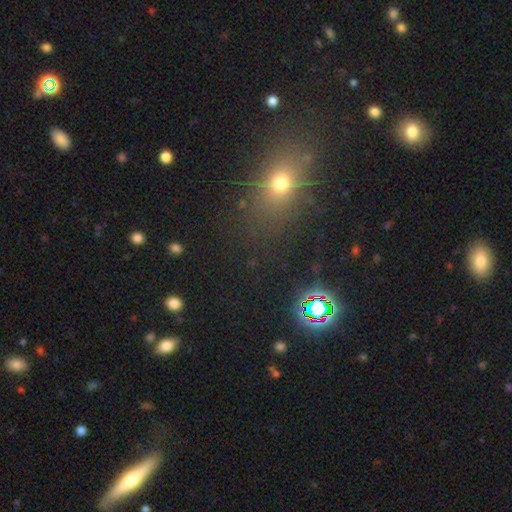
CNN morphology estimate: Smooth or featured?
  - smooth: 53% *
  - star or artifact: 35%
  - featured or disk: 13%
How rounded?
  - in between: 58% *
  - round: 34%
  - cigar-shaped: 8%
Merging?
  - none: 85% *
  - minor disturbance: 9%
  - major disturbance: 4%
  - merger: 3%